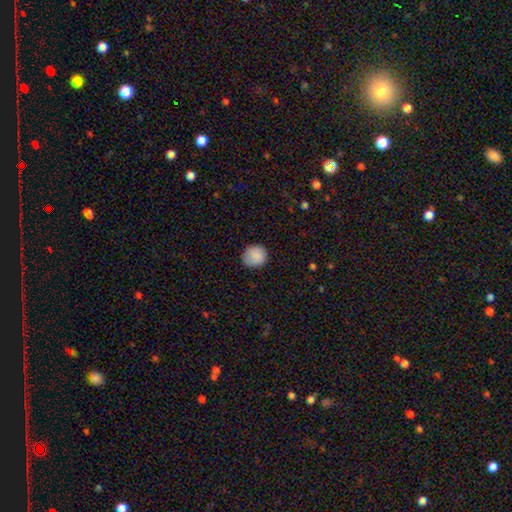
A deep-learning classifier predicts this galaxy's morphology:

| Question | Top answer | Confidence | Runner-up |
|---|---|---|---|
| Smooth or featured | smooth | 88% | star or artifact (7%) |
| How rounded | round | 84% | in between (15%) |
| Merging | none | 85% | minor disturbance (12%) |